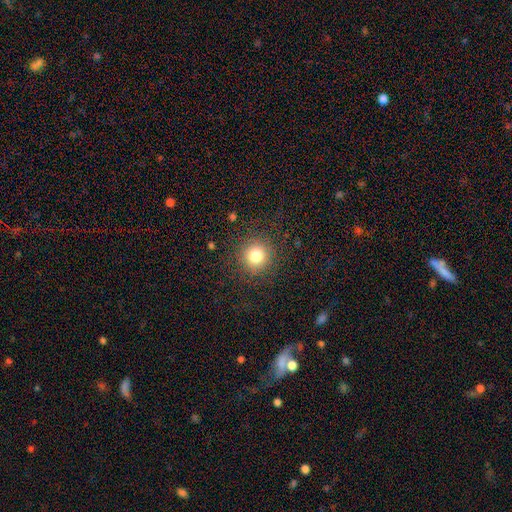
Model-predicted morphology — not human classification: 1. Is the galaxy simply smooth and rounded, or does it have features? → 80% smooth, 12% star or artifact, 7% featured or disk.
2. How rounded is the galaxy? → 93% round, 6% in between, 1% cigar-shaped.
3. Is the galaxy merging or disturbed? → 88% none, 7% minor disturbance, 4% major disturbance, 1% merger.